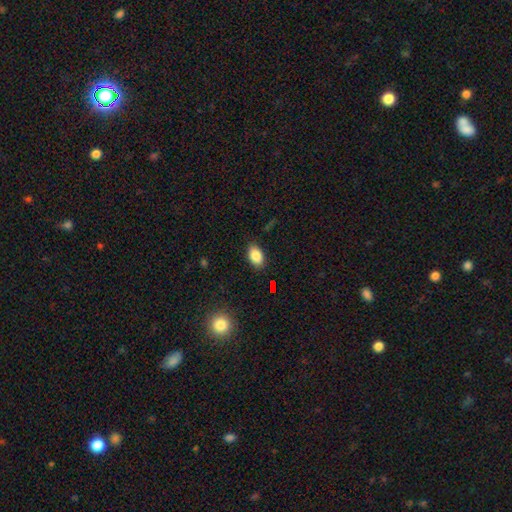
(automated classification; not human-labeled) Overall: smooth (86%). How rounded: in between (87%). Merging: none (86%).